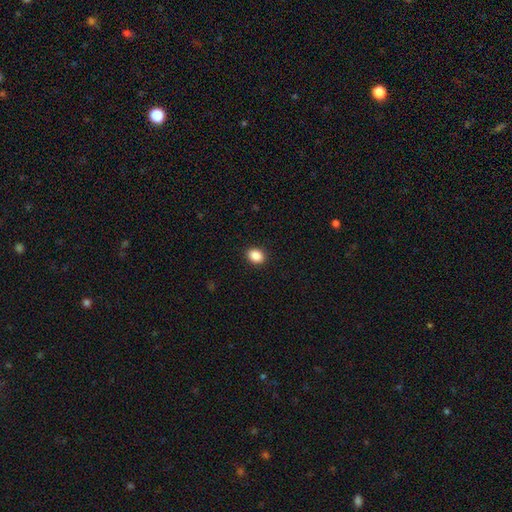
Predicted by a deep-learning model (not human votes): Morphology: type=smooth (89%); roundness=in between (60%); merging=none (91%).